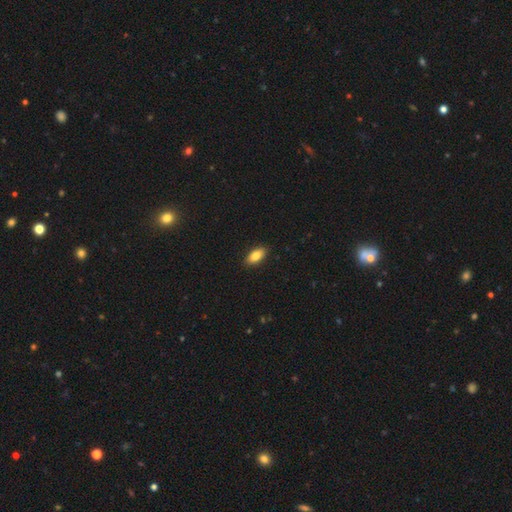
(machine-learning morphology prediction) A smooth galaxy with no disk features (83%) that is in between round and cigar-shaped (89%).

Vote fractions:
- Smooth or featured? smooth: 83% / featured or disk: 10% / star or artifact: 7%
- How rounded? in between: 89% / cigar-shaped: 7% / round: 3%
- Merging? none: 89% / minor disturbance: 8% / major disturbance: 2% / merger: 1%